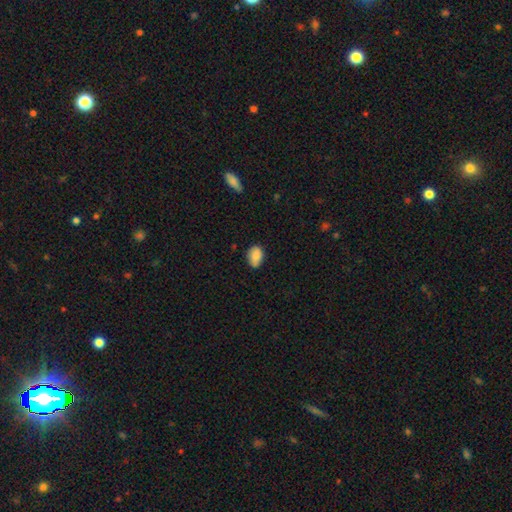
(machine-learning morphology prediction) smooth 86%, star or artifact 8%, featured or disk 6%. Down the decision tree: how rounded — in between (81%); merging — none (72%).